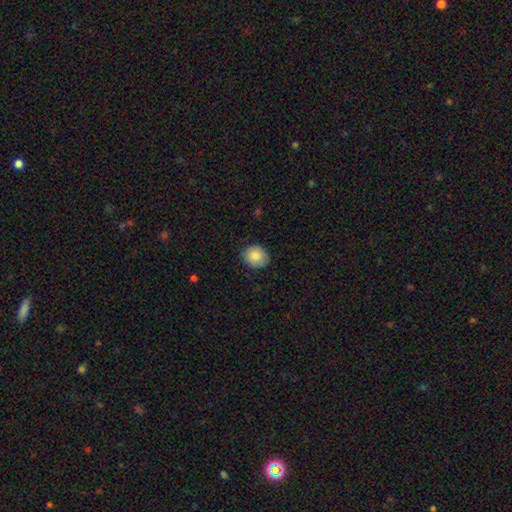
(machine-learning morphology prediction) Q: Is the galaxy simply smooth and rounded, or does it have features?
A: smooth — 86%.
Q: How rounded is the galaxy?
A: round — 73%.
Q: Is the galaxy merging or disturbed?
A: none — 82%.